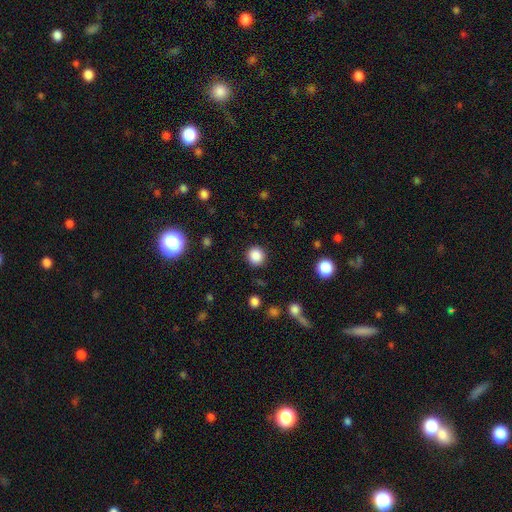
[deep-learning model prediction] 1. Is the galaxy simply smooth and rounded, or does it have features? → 86% smooth, 11% star or artifact, 4% featured or disk.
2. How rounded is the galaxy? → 93% round, 6% in between, 1% cigar-shaped.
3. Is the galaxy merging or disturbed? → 90% none, 6% minor disturbance, 3% major disturbance, 1% merger.